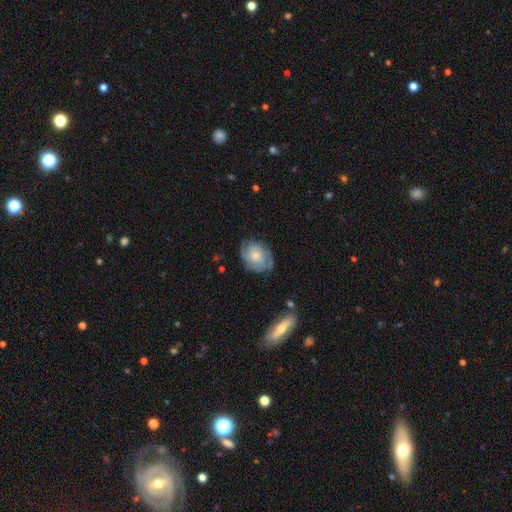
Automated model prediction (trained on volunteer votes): The model was most divided on "smooth or featured": featured or disk: 57%, smooth: 37%, star or artifact: 7%. More confident: edge-on disk — no (96%); spiral arms — yes (81%); bar — no (78%); merging — none (68%); bulge size — small (55%).